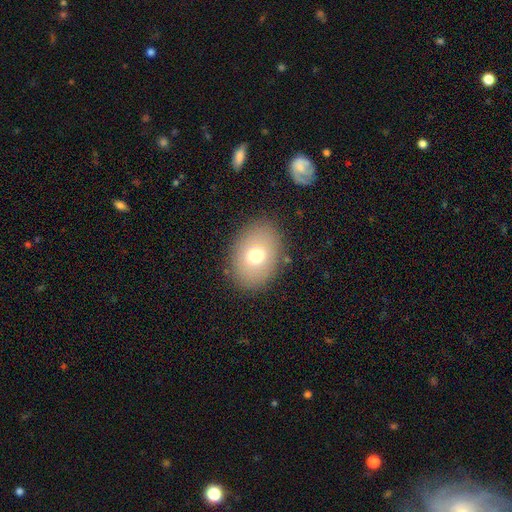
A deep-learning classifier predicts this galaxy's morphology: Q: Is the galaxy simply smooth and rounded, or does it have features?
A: smooth — 72%.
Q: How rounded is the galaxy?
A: in between — 70%.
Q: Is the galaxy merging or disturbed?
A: none — 86%.